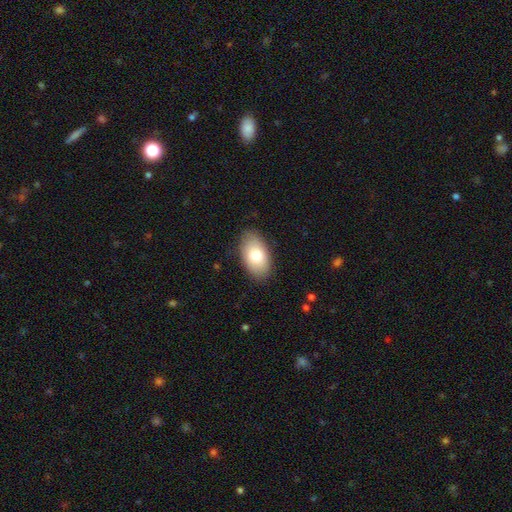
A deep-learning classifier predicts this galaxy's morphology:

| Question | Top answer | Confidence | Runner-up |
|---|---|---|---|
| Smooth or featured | smooth | 78% | featured or disk (15%) |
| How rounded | in between | 94% | round (5%) |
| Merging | none | 85% | minor disturbance (11%) |